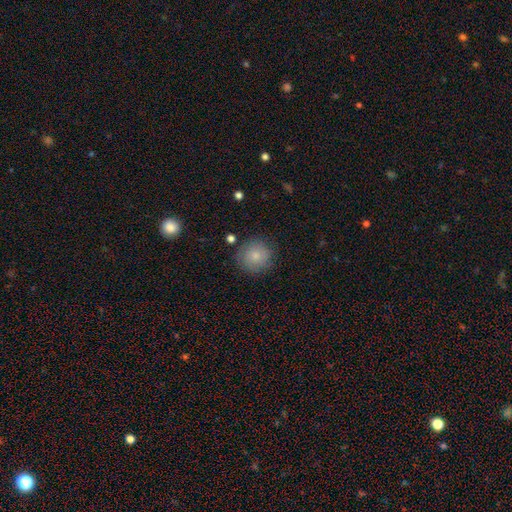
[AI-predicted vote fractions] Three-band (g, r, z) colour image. It shows a smooth galaxy with no disk features (82%) that is round (94%). Merging: none (84%).